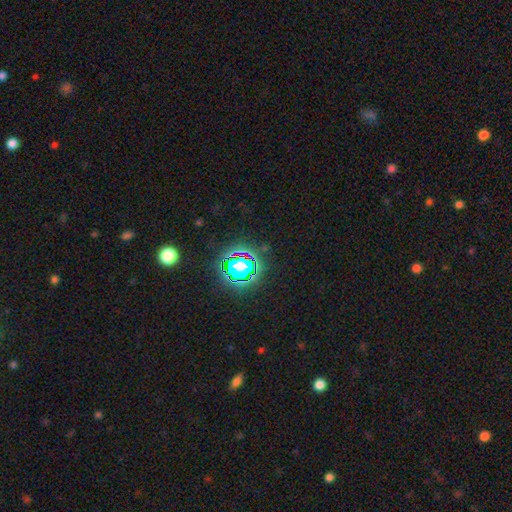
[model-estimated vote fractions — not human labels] The model was most divided on "smooth or featured": star or artifact: 80%, smooth: 13%, featured or disk: 7%.